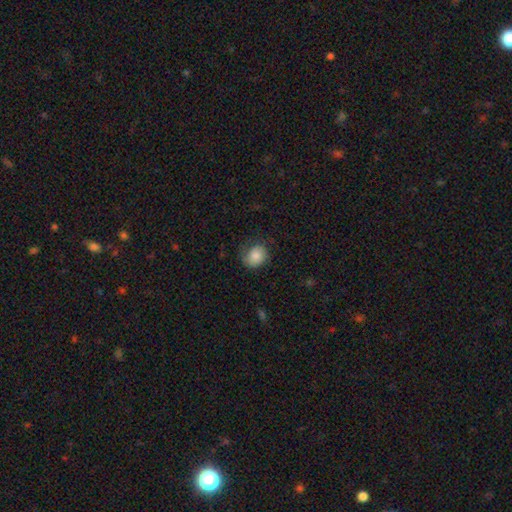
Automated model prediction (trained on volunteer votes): Smooth or featured?
  - smooth: 80% *
  - featured or disk: 13%
  - star or artifact: 8%
How rounded?
  - round: 66% *
  - in between: 33%
  - cigar-shaped: 1%
Merging?
  - none: 61% *
  - minor disturbance: 26%
  - major disturbance: 12%
  - merger: 1%